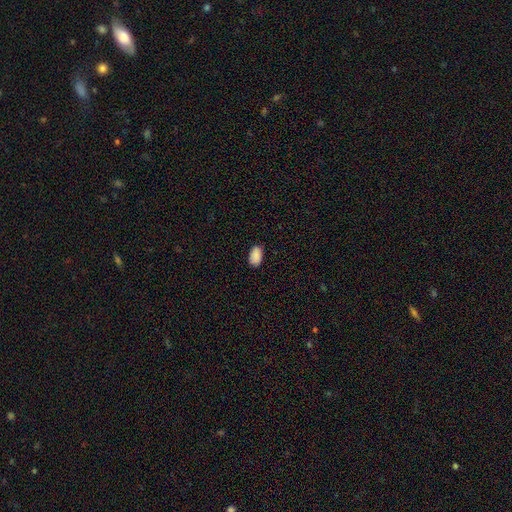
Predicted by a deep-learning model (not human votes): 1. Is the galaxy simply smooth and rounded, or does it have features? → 89% smooth, 8% star or artifact, 4% featured or disk.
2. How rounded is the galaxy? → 92% in between, 6% round, 1% cigar-shaped.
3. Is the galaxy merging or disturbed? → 85% none, 12% minor disturbance, 2% major disturbance, 1% merger.